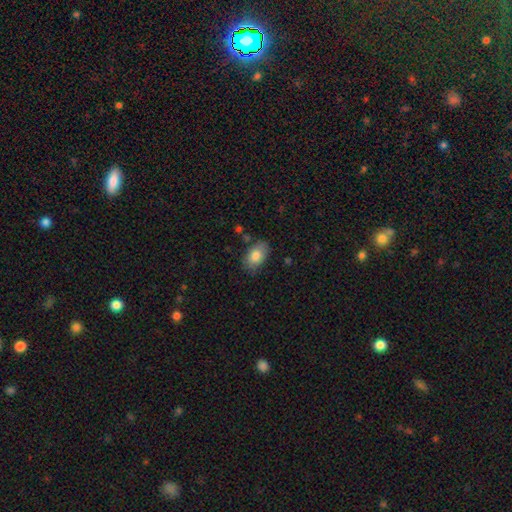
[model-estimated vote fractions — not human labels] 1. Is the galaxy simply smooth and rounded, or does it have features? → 83% smooth, 10% featured or disk, 7% star or artifact.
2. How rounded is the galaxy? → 89% in between, 9% round, 1% cigar-shaped.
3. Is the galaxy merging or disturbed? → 78% none, 16% minor disturbance, 3% major disturbance, 2% merger.